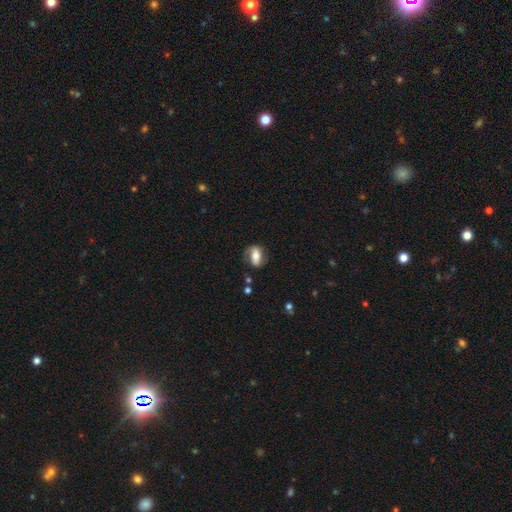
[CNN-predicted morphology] Q: Smooth or featured?
A: featured or disk (49%); runner-up: smooth (44%)
Q: Merging?
A: none (69%); runner-up: minor disturbance (20%)